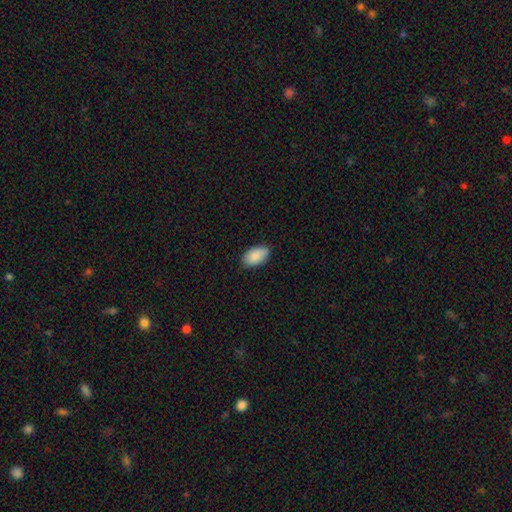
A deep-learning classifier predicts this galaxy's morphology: Q: Smooth or featured?
A: smooth (90%); runner-up: star or artifact (6%)
Q: How rounded?
A: in between (95%); runner-up: round (3%)
Q: Merging?
A: none (85%); runner-up: minor disturbance (12%)